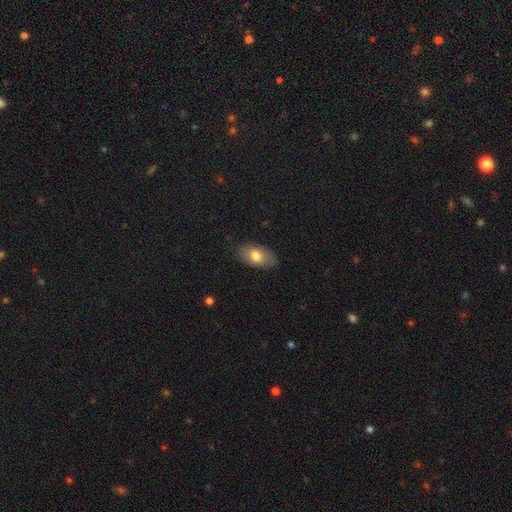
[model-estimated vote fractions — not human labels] smooth-or-featured: smooth: 77% | featured or disk: 17% | star or artifact: 6%
  how-rounded: in between: 93% | round: 5% | cigar-shaped: 2%
  merging: none: 82% | minor disturbance: 14% | major disturbance: 3% | merger: 1%